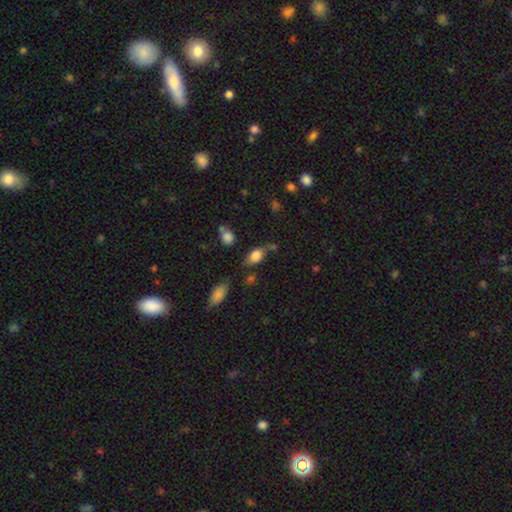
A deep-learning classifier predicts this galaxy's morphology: Smooth or featured?
  - smooth: 77% *
  - featured or disk: 13%
  - star or artifact: 10%
How rounded?
  - in between: 79% *
  - round: 16%
  - cigar-shaped: 4%
Merging?
  - none: 52% *
  - minor disturbance: 27%
  - major disturbance: 11%
  - merger: 11%